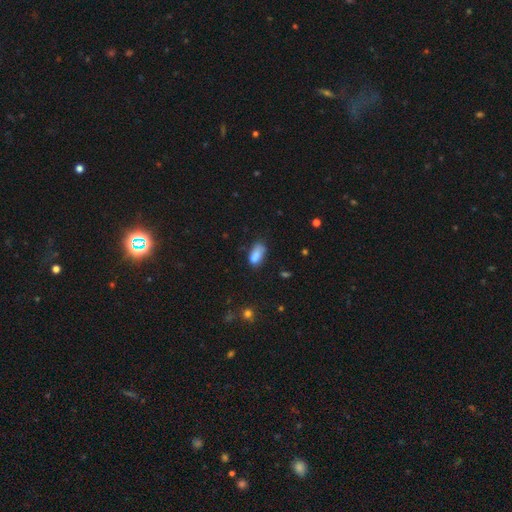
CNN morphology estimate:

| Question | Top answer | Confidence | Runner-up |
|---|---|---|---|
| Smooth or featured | smooth | 83% | star or artifact (9%) |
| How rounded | in between | 89% | cigar-shaped (7%) |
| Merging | none | 56% | minor disturbance (30%) |